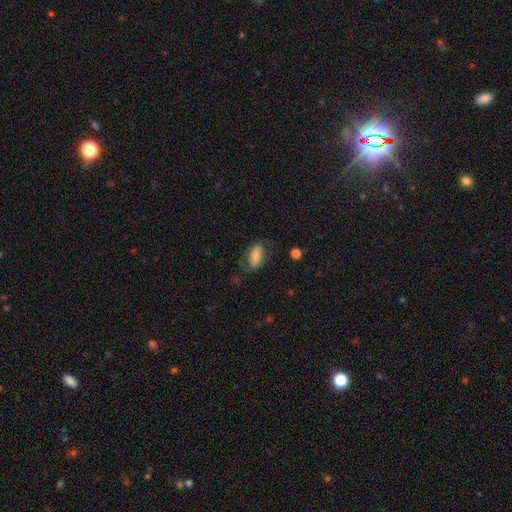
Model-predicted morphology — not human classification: Smooth or featured?
  - smooth: 62% *
  - featured or disk: 30%
  - star or artifact: 8%
How rounded?
  - in between: 89% *
  - round: 6%
  - cigar-shaped: 5%
Merging?
  - none: 55% *
  - minor disturbance: 26%
  - major disturbance: 17%
  - merger: 2%